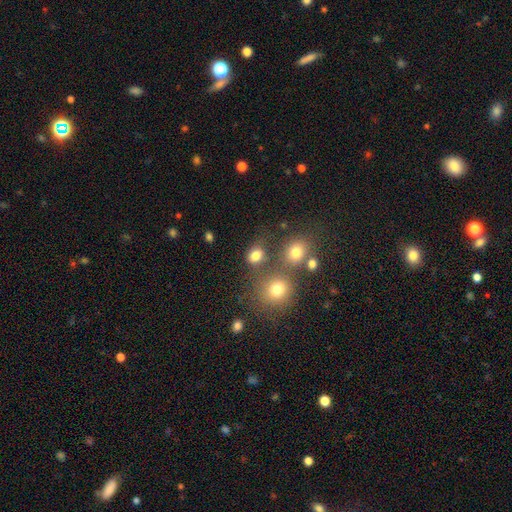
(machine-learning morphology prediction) Smooth or featured? smooth (75%)
How rounded? round (49%, tied with in between)
Merging? none (62%)